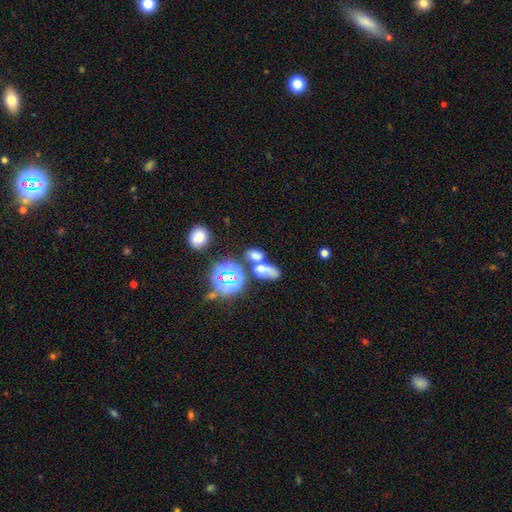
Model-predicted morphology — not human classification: Smooth or featured?
  - smooth: 60% *
  - star or artifact: 27%
  - featured or disk: 13%
How rounded?
  - in between: 71% *
  - round: 23%
  - cigar-shaped: 6%
Merging?
  - merger: 46% *
  - none: 37%
  - minor disturbance: 10%
  - major disturbance: 7%